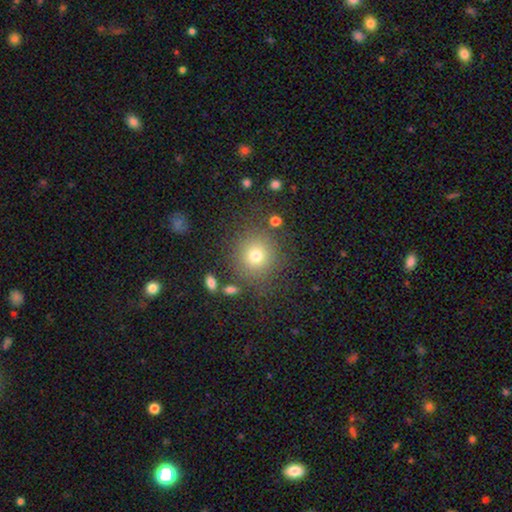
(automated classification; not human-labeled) Q: Smooth or featured?
A: smooth (74%); runner-up: star or artifact (15%)
Q: How rounded?
A: round (89%); runner-up: in between (10%)
Q: Merging?
A: none (81%); runner-up: minor disturbance (10%)